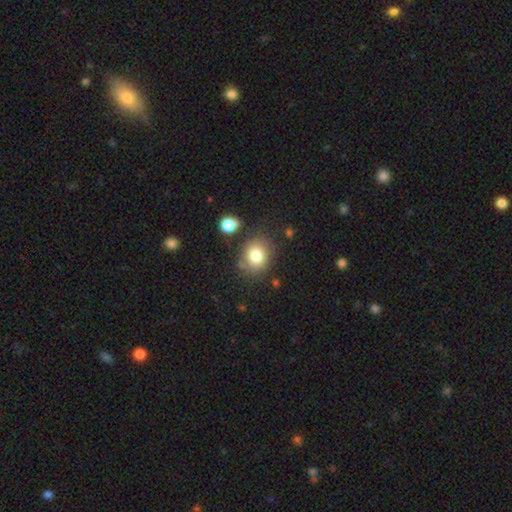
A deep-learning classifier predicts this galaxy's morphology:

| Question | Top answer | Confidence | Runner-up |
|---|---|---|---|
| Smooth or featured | smooth | 81% | star or artifact (10%) |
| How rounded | round | 66% | in between (33%) |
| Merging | none | 74% | minor disturbance (13%) |